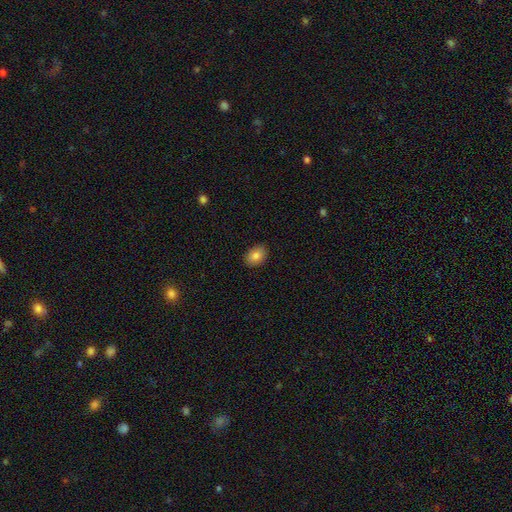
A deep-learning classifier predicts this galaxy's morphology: Smooth or featured: smooth — 84% (star or artifact — 8%)
How rounded: in between — 76% (round — 23%)
Merging: none — 88% (minor disturbance — 9%)